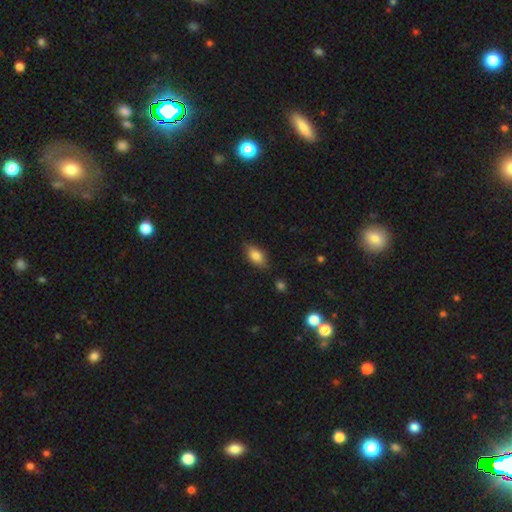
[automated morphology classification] Smooth or featured? Predicted: smooth (p=0.80). How rounded? Predicted: in between (p=0.88). Merging? Predicted: none (p=0.79).